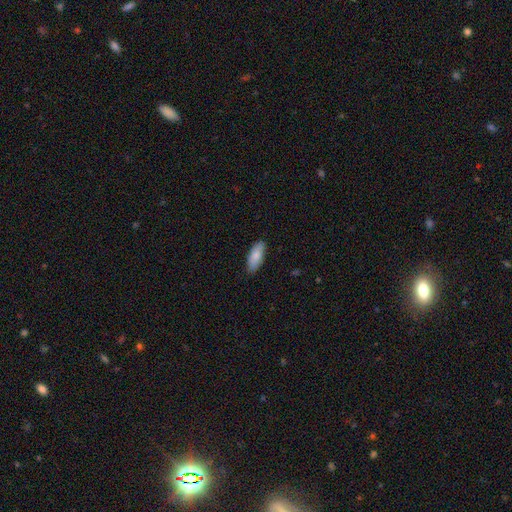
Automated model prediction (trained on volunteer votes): Morphology: type=smooth (84%); roundness=in between (80%); merging=none (86%).